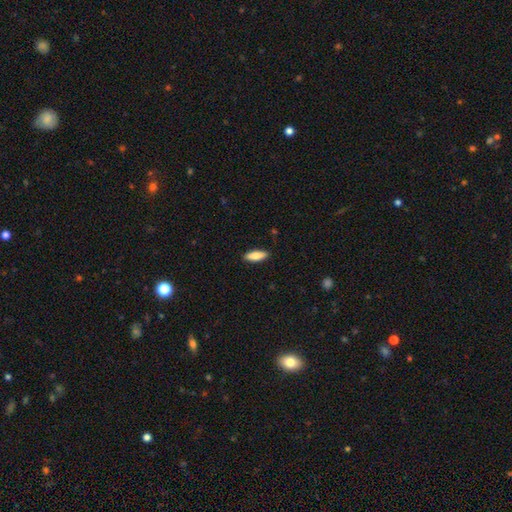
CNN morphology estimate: type=smooth (85%); roundness=in between (65%); merging=none (88%).